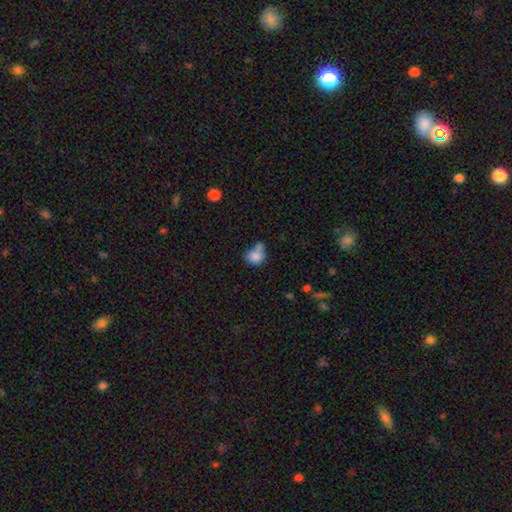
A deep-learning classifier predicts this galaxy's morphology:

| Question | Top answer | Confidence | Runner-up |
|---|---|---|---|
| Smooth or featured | smooth | 79% | featured or disk (11%) |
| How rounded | round | 56% | in between (43%) |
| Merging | merger | 38% | none (33%) |